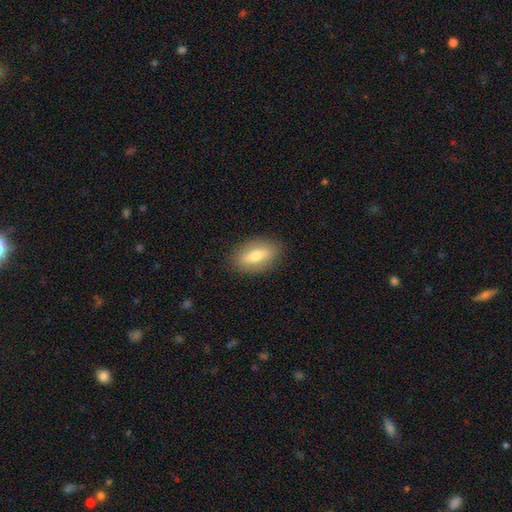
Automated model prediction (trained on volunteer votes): This appears to be a smooth galaxy with no disk features (62%) that is in between round and cigar-shaped (83%). Merging: none (87%).